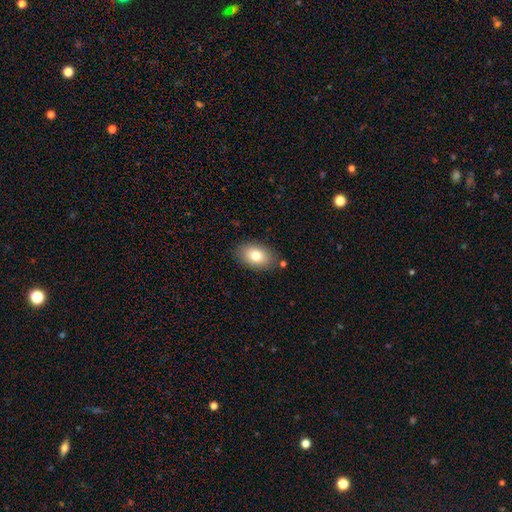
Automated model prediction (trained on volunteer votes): This appears to be a smooth galaxy with no disk features (79%) that is in between round and cigar-shaped (87%). Merging: none (84%).